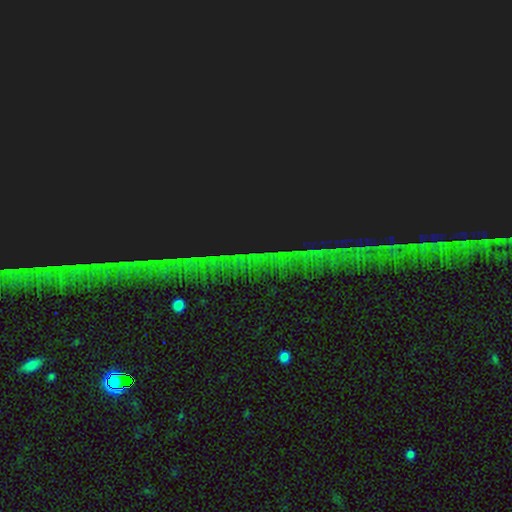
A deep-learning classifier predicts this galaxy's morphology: A star or artifact, not a galaxy (84%).